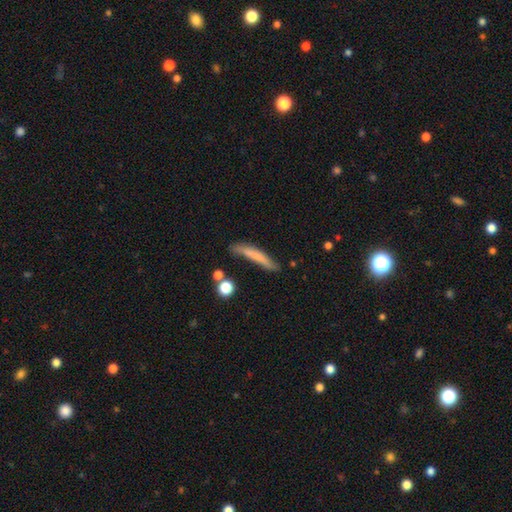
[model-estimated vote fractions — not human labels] Overall: smooth (66%). How rounded: cigar-shaped (91%). Merging: none (64%).